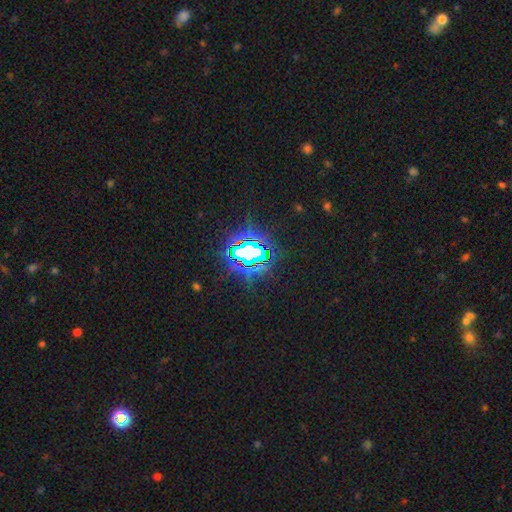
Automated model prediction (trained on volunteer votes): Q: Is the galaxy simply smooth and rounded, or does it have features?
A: star or artifact — 79%.